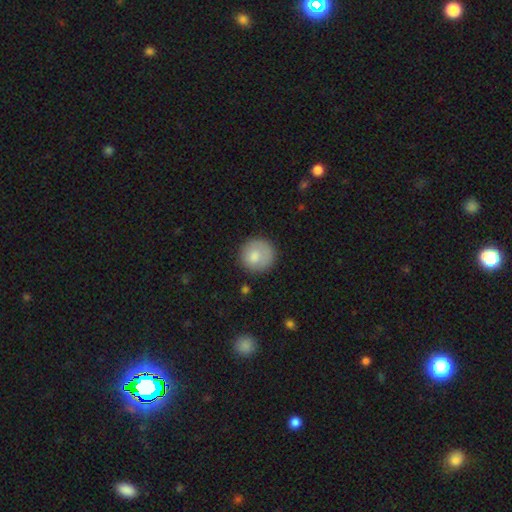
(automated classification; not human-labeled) smooth 79%, featured or disk 14%, star or artifact 7%. Down the decision tree: how rounded — round (92%); merging — none (79%).